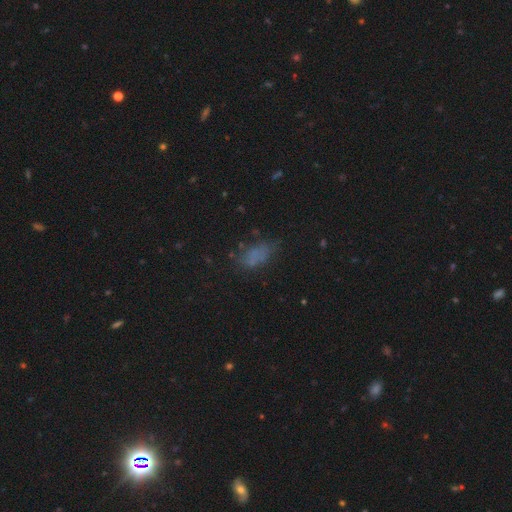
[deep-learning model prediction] This appears to be a smooth galaxy with no disk features (63%) that is in between round and cigar-shaped (84%). Merging: none (57%).